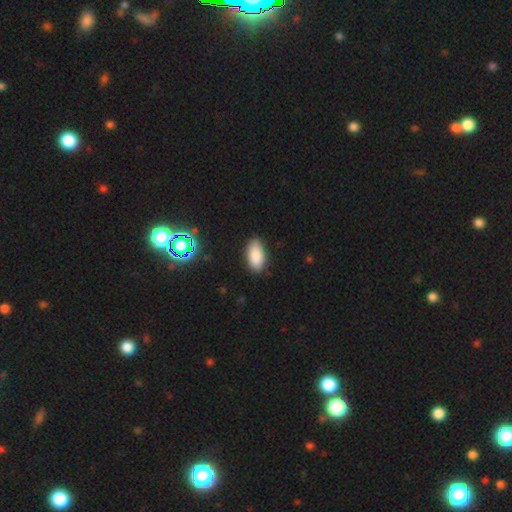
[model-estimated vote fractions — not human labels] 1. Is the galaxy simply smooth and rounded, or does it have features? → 87% smooth, 8% star or artifact, 5% featured or disk.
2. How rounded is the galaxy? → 94% in between, 3% cigar-shaped, 3% round.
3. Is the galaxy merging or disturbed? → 85% none, 11% minor disturbance, 2% major disturbance, 1% merger.